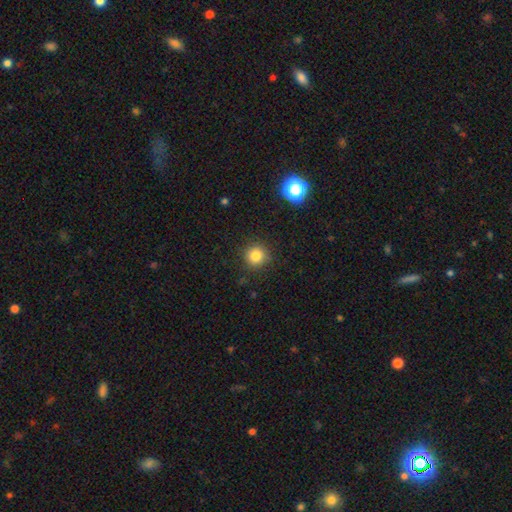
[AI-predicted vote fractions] A smooth galaxy with no disk features (82%) that is round (94%).

Vote fractions:
- Smooth or featured? smooth: 82% / star or artifact: 13% / featured or disk: 5%
- How rounded? round: 94% / in between: 6% / cigar-shaped: 1%
- Merging? none: 89% / minor disturbance: 7% / major disturbance: 2% / merger: 1%